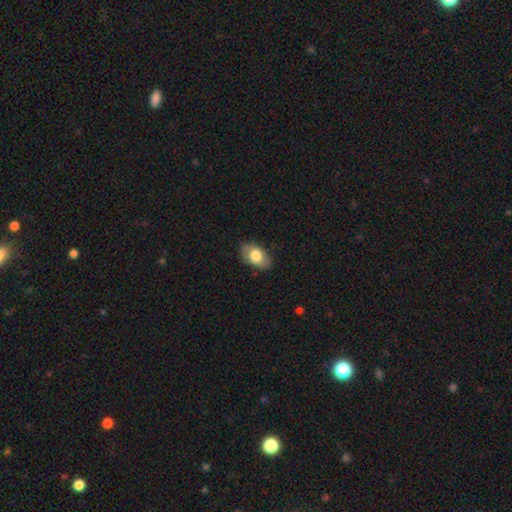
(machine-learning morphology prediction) smooth_or_featured: smooth (p=0.74) [alt: featured or disk p=0.20]
how_rounded: in between (p=0.91) [alt: round p=0.08]
merging: none (p=0.82) [alt: minor disturbance p=0.14]